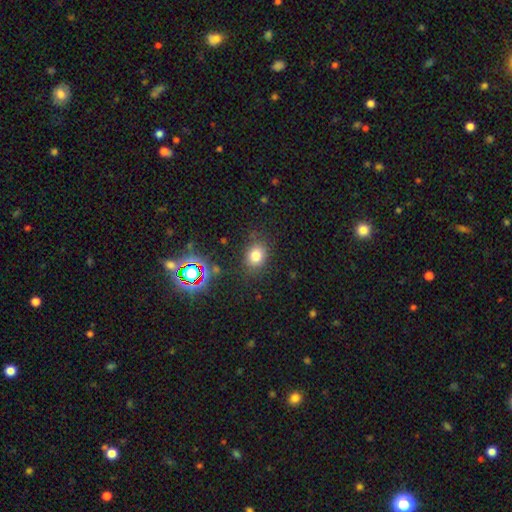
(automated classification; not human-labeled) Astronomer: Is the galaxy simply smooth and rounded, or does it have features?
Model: smooth — 75%.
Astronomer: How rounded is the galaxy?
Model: round — 51% (runner-up: in between, 48%).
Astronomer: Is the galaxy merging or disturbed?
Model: none — 81%.